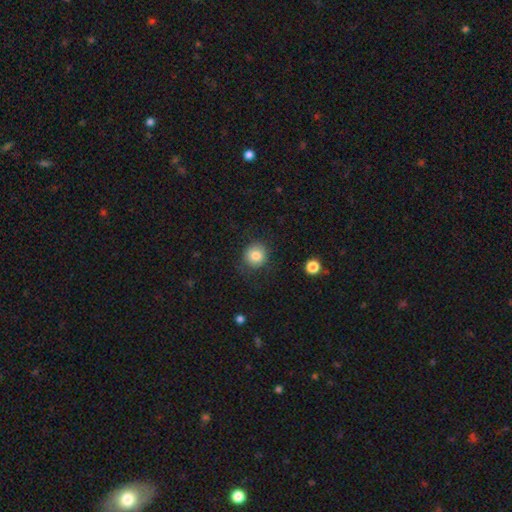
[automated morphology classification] Q: Smooth or featured?
A: smooth (82%); runner-up: star or artifact (10%)
Q: How rounded?
A: round (88%); runner-up: in between (11%)
Q: Merging?
A: none (80%); runner-up: minor disturbance (13%)